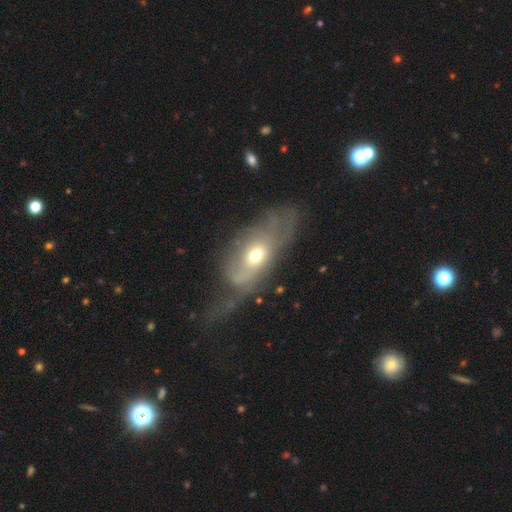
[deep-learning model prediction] A featured or disk galaxy (50%). Merging: major disturbance (45%).